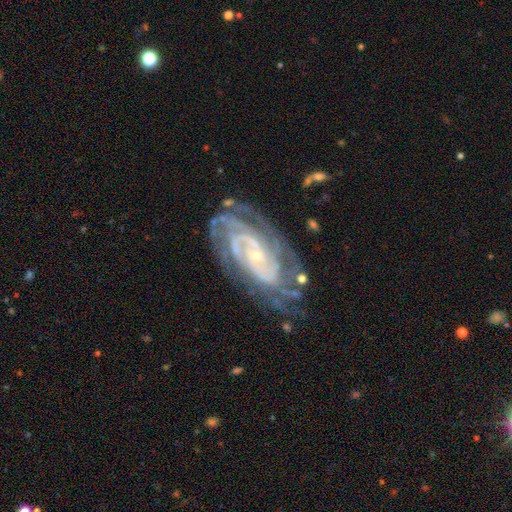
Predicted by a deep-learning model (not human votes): The model was most divided on "spiral arm count": can't tell: 24%, 2: 23%, 3: 20%, 4: 18%, more than 4: 9%, 1: 6%. More confident: spiral arms — yes (97%); edge-on disk — no (95%); smooth or featured — featured or disk (89%); bulge size — small (79%); spiral winding — tight (74%); merging — none (71%); bar — no (63%).